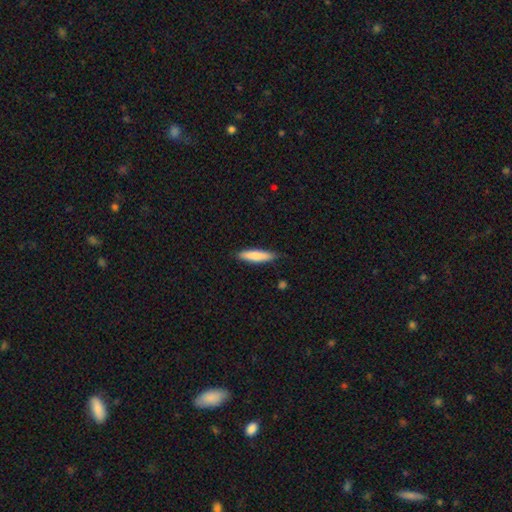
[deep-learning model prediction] A smooth galaxy with no disk features (81%) that is cigar-shaped (76%). Merging: none (84%).